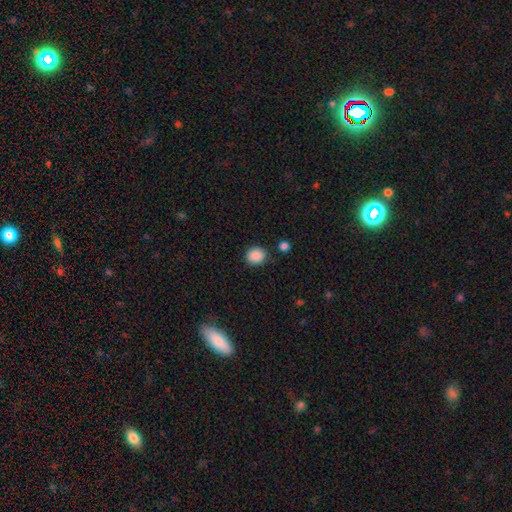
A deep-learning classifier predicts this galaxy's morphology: type=smooth (88%); roundness=round (74%); merging=none (85%).